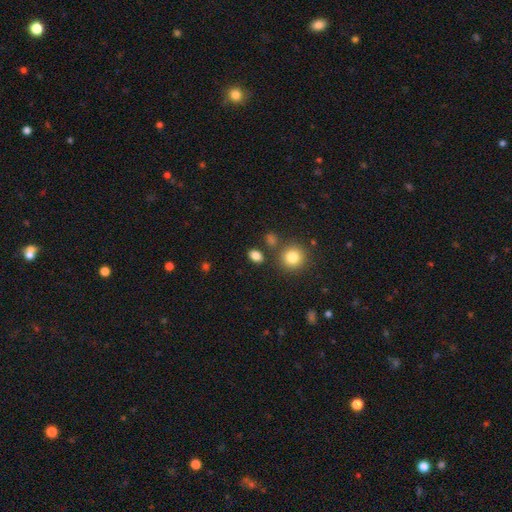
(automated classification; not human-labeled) The model was most divided on "how rounded": in between: 71%, round: 27%, cigar-shaped: 2%. More confident: smooth or featured — smooth (84%); merging — none (81%).